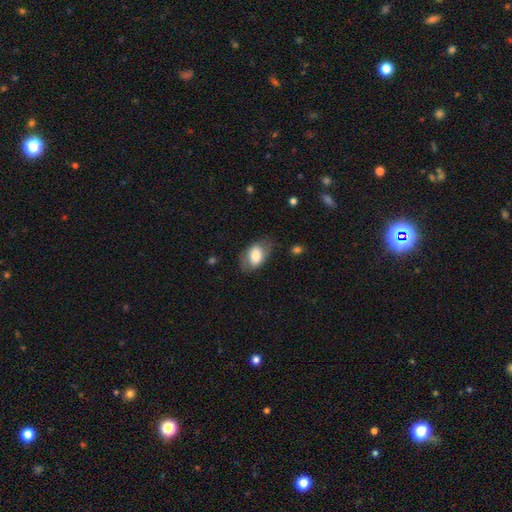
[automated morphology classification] Q: Smooth or featured?
A: smooth (68%); runner-up: featured or disk (25%)
Q: How rounded?
A: in between (88%); runner-up: round (10%)
Q: Merging?
A: none (70%); runner-up: minor disturbance (20%)